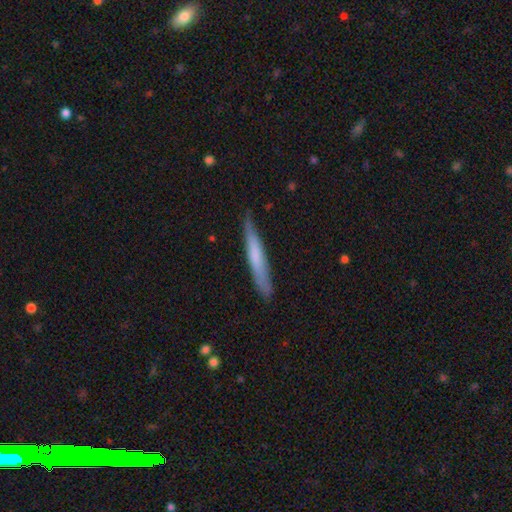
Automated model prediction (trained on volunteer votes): Smooth or featured? smooth (61%)
How rounded? cigar-shaped (95%)
Merging? none (82%)